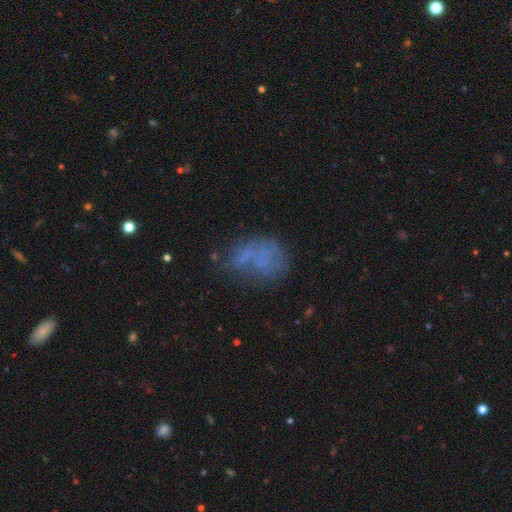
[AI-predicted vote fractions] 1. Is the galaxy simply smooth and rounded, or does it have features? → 46% smooth, 32% featured or disk, 22% star or artifact.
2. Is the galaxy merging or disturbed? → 46% none, 23% minor disturbance, 22% major disturbance, 9% merger.